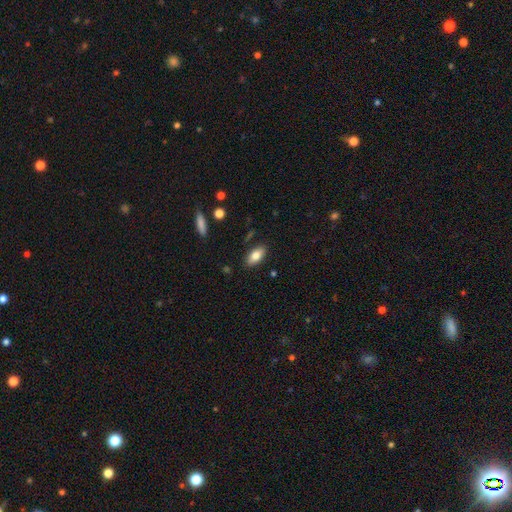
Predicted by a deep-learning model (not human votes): Smooth or featured? smooth (79%)
How rounded? in between (90%)
Merging? none (86%)